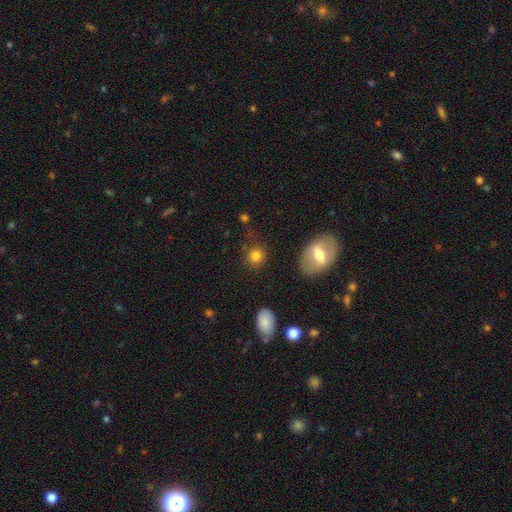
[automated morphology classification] Q: Smooth or featured?
A: smooth (81%); runner-up: star or artifact (11%)
Q: How rounded?
A: round (83%); runner-up: in between (16%)
Q: Merging?
A: none (78%); runner-up: minor disturbance (13%)